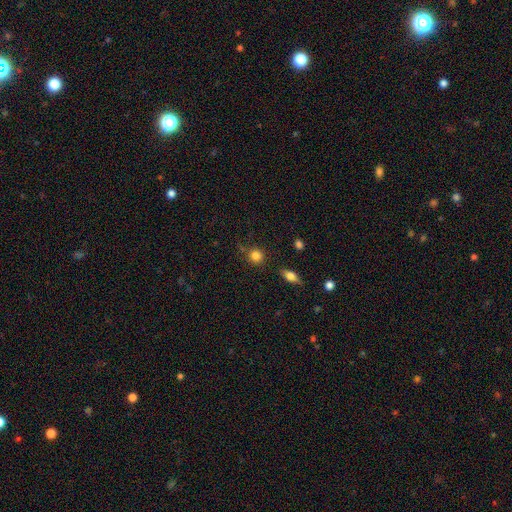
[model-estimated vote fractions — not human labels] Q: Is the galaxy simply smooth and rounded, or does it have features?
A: smooth — 83%.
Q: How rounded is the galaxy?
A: round — 90%.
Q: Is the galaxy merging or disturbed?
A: none — 80%.